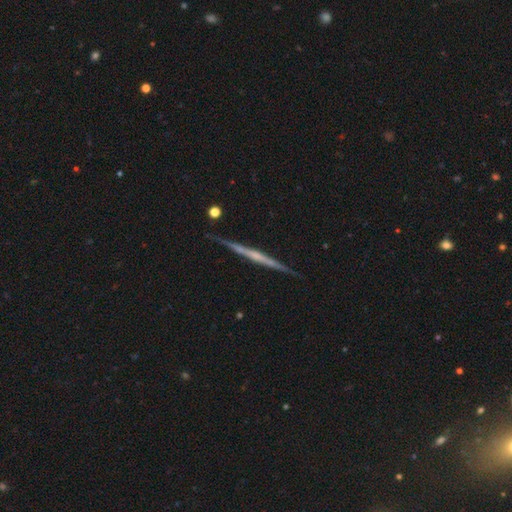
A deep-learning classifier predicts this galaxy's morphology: Smooth or featured? Predicted: featured or disk (p=0.75). Edge-on disk? Predicted: yes (p=0.98). Edge-on bulge? Predicted: none (p=0.60). Merging? Predicted: none (p=0.88).